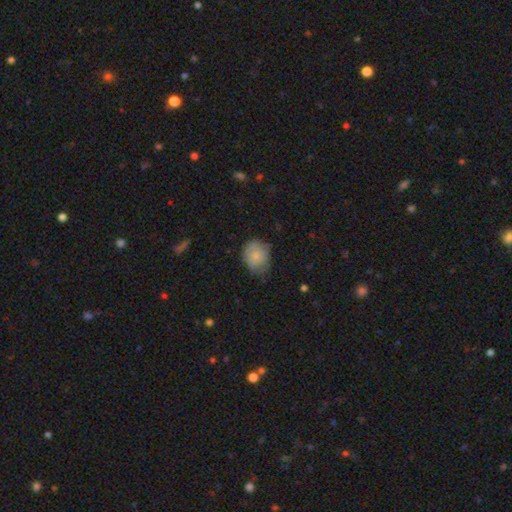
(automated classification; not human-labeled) Q: Smooth or featured?
A: smooth (78%); runner-up: featured or disk (15%)
Q: How rounded?
A: round (54%); runner-up: in between (45%)
Q: Merging?
A: none (65%); runner-up: minor disturbance (27%)